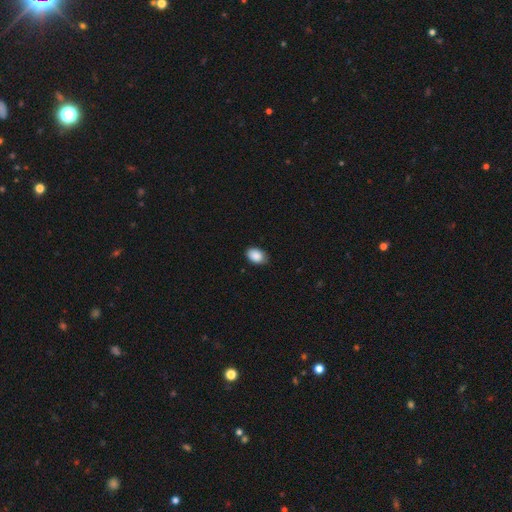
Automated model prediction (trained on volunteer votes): smooth 89%, star or artifact 7%, featured or disk 4%. Down the decision tree: how rounded — in between (84%); merging — none (79%).